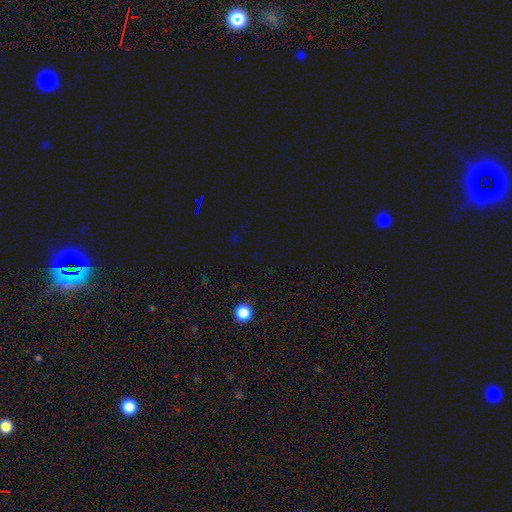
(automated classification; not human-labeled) A star or artifact, not a galaxy (70%).